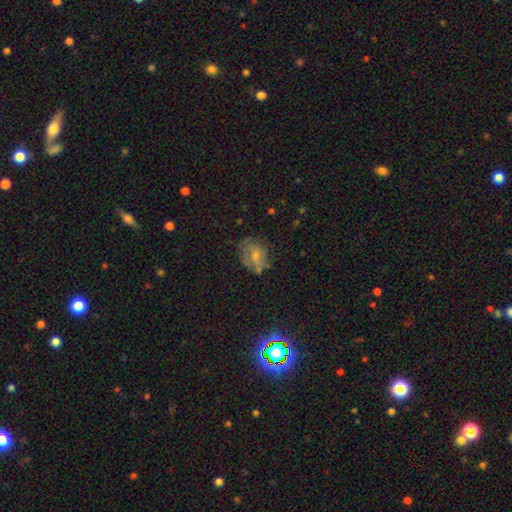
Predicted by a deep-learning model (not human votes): smooth 38%, featured or disk 36%, star or artifact 26%. Down the decision tree: merging — none (63%).